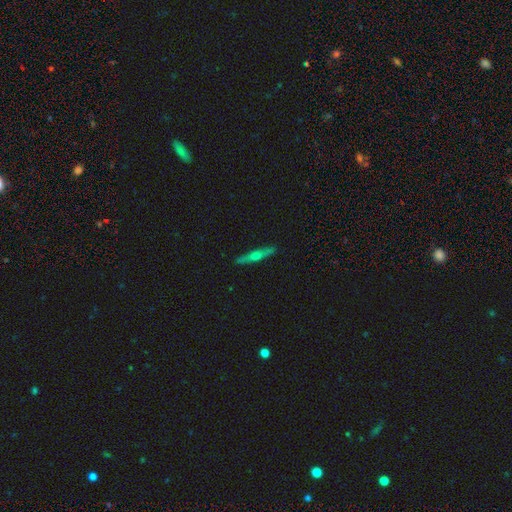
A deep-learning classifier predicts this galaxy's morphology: type=featured or disk (62%); edge-on=yes (95%); edge-on bulge=rounded (90%); merging=none (91%).